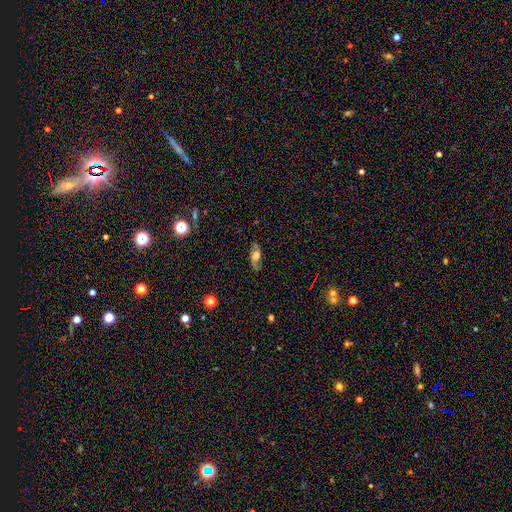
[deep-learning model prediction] This is possibly a featured or disk galaxy (59%). It is clearly not viewed edge-on (83%). Merging: likely none (77%).